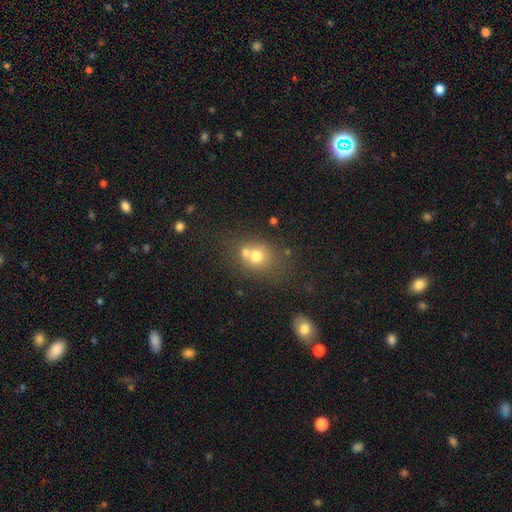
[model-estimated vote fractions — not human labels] Smooth or featured? smooth (68%)
How rounded? round (70%)
Merging? merger (45%)